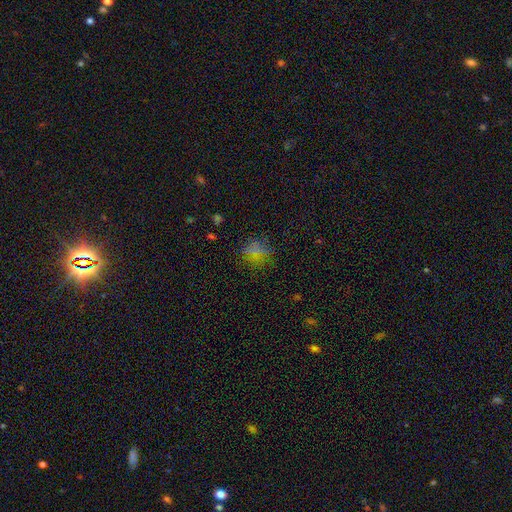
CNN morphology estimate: The model was most divided on "smooth or featured": smooth: 56%, star or artifact: 36%, featured or disk: 8%. More confident: how rounded — round (85%); merging — none (81%).